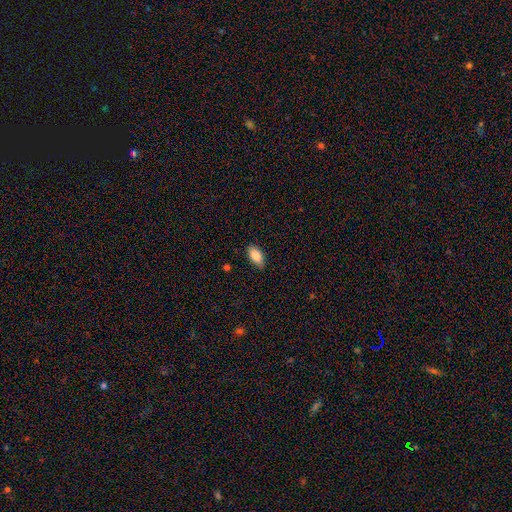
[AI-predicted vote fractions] Smooth or featured?
  - smooth: 86% *
  - star or artifact: 7%
  - featured or disk: 7%
How rounded?
  - in between: 92% *
  - cigar-shaped: 5%
  - round: 3%
Merging?
  - none: 84% *
  - minor disturbance: 13%
  - major disturbance: 2%
  - merger: 1%